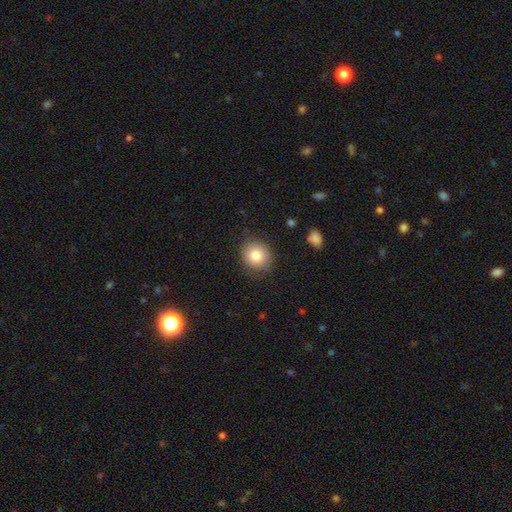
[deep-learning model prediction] A smooth galaxy with no disk features (83%) that is round (81%).

Vote fractions:
- Smooth or featured? smooth: 83% / star or artifact: 9% / featured or disk: 9%
- How rounded? round: 81% / in between: 18% / cigar-shaped: 1%
- Merging? none: 82% / minor disturbance: 13% / major disturbance: 3% / merger: 1%